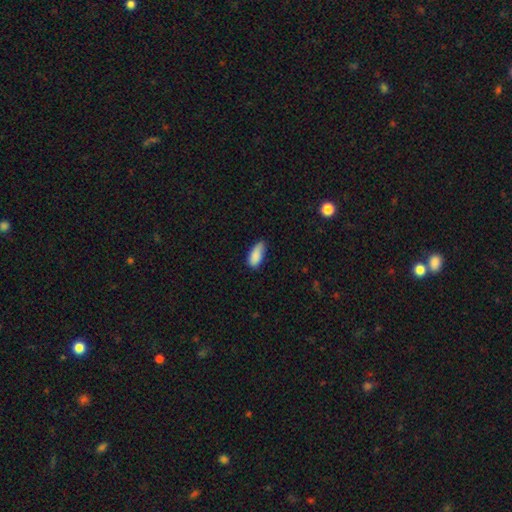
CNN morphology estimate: Smooth or featured? Predicted: smooth (p=0.87). How rounded? Predicted: in between (p=0.84). Merging? Predicted: none (p=0.60).